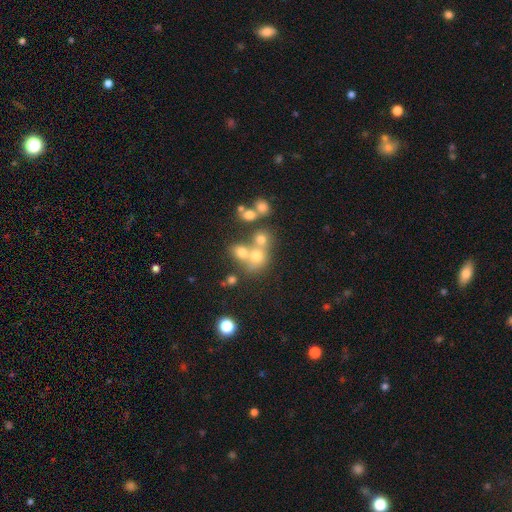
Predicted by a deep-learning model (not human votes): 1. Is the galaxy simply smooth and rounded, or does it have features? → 62% smooth, 21% featured or disk, 17% star or artifact.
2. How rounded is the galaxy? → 71% round, 28% in between, 1% cigar-shaped.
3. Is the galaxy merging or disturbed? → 50% merger, 37% none, 8% minor disturbance, 5% major disturbance.